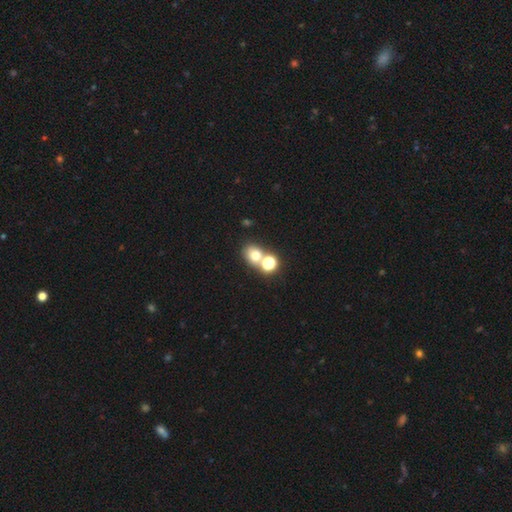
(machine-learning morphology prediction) Smooth or featured: smooth — 68% (star or artifact — 19%)
How rounded: round — 61% (in between — 38%)
Merging: none — 49% (merger — 39%)